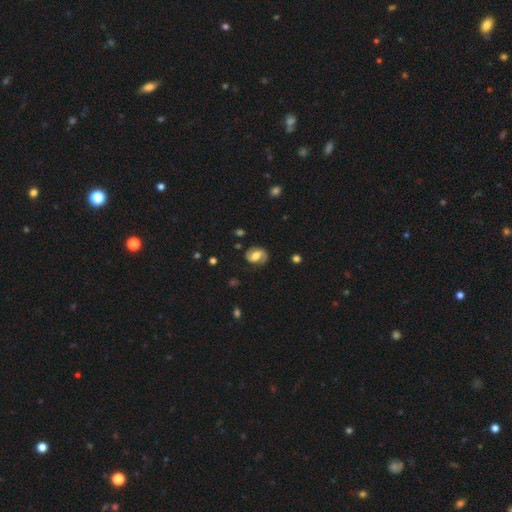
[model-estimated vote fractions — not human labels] The model was most divided on "bar": weak: 45%, no: 34%, strong: 21%. Remaining: edge-on disk — no (98%); spiral arms — yes (91%); spiral arm count — 2 (90%); merging — none (80%); smooth or featured — featured or disk (71%); bulge size — moderate (54%); spiral winding — medium (49%).